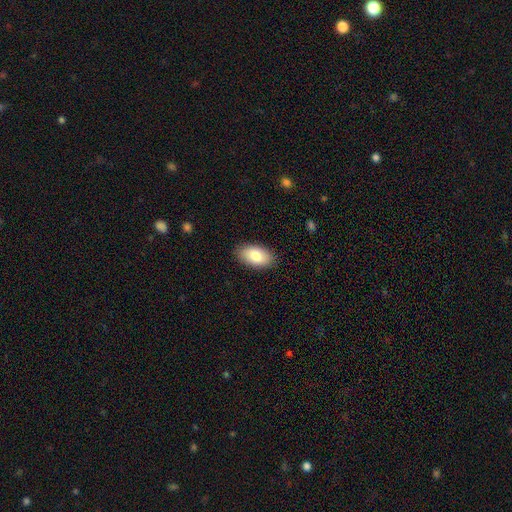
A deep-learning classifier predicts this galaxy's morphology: smooth-or-featured: smooth: 83% | featured or disk: 11% | star or artifact: 6%
  how-rounded: in between: 95% | round: 3% | cigar-shaped: 2%
  merging: none: 88% | minor disturbance: 9% | major disturbance: 2% | merger: 1%